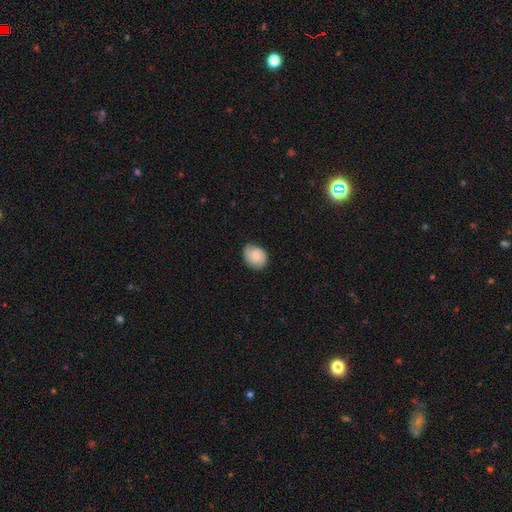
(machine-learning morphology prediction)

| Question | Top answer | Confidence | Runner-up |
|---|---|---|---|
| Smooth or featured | smooth | 78% | featured or disk (14%) |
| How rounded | round | 50% | in between (49%) |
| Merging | none | 72% | minor disturbance (23%) |